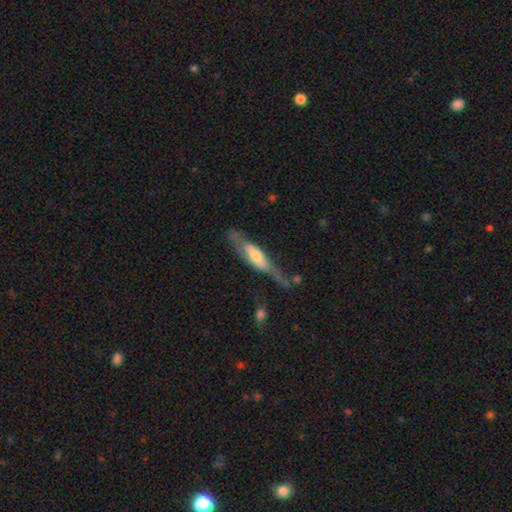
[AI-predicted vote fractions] Smooth or featured? featured or disk (59%)
Edge-on disk? yes (63%)
Merging? none (49%)